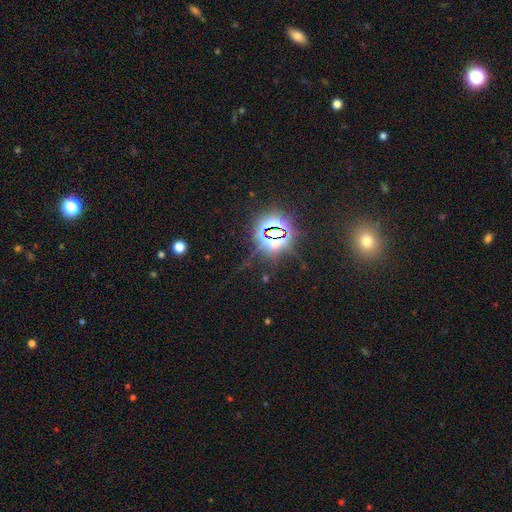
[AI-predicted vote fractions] Smooth or featured?
  - star or artifact: 79% *
  - smooth: 14%
  - featured or disk: 8%